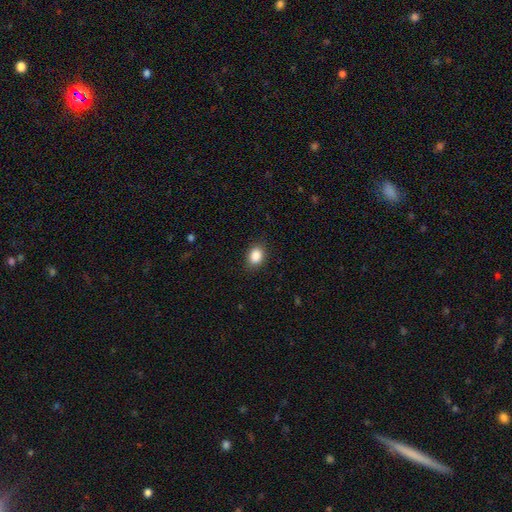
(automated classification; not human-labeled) This appears to be a smooth galaxy with no disk features (88%) that is in between round and cigar-shaped (62%). Merging: none (86%).